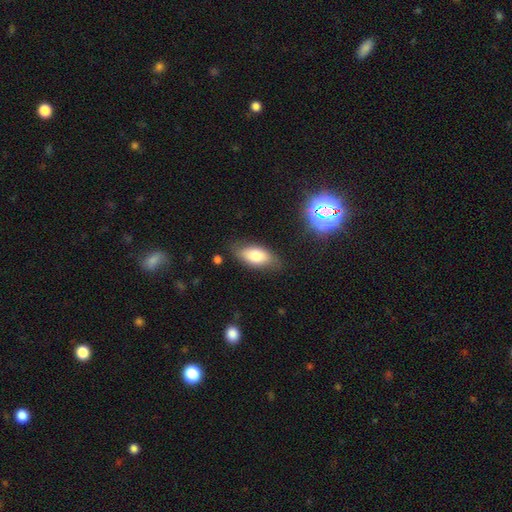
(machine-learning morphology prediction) This is likely a smooth galaxy (75%). How rounded: clearly in between (89%). Merging: likely none (75%).